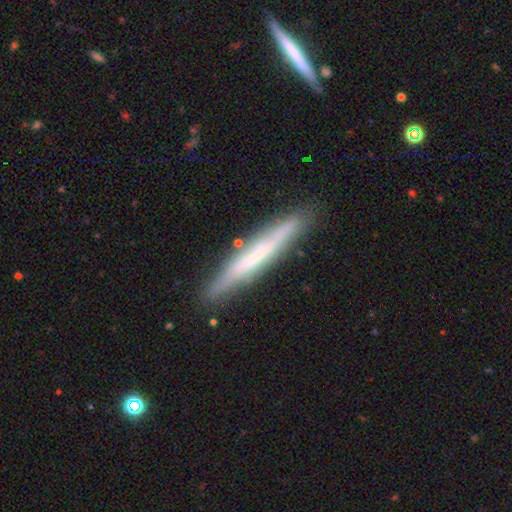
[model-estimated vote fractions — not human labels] Smooth or featured: featured or disk — 53% (smooth — 41%)
Edge-on disk: yes — 91% (no — 9%)
Merging: none — 85% (minor disturbance — 11%)